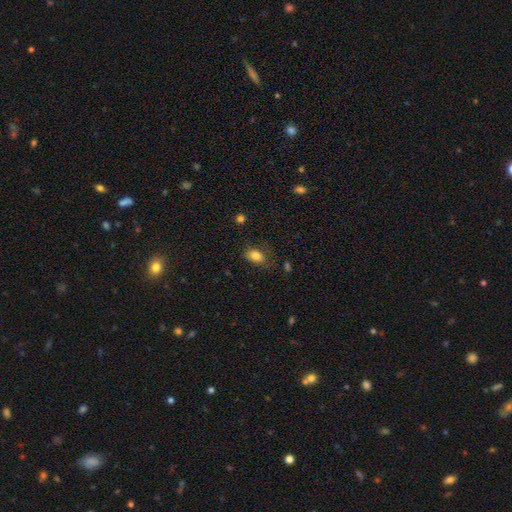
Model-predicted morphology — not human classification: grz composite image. It shows a smooth galaxy with no disk features (83%) that is in between round and cigar-shaped (85%). Merging: none (73%).